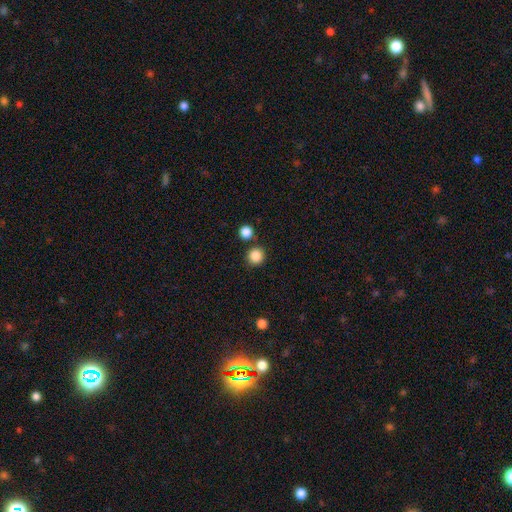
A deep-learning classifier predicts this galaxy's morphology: Q: Smooth or featured?
A: smooth (86%); runner-up: star or artifact (11%)
Q: How rounded?
A: round (92%); runner-up: in between (7%)
Q: Merging?
A: none (83%); runner-up: merger (7%)